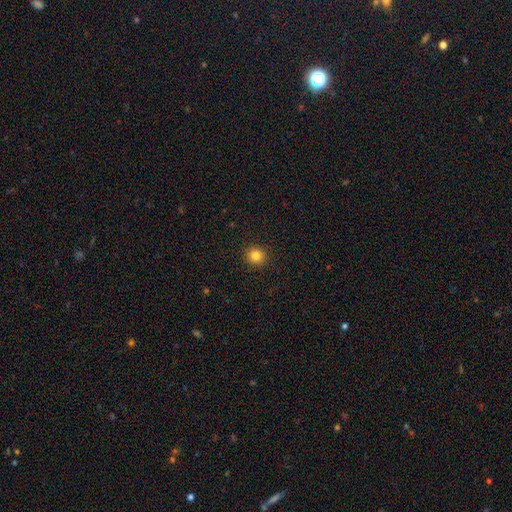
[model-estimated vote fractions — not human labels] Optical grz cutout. It shows a smooth galaxy with no disk features (83%) that is round (90%). Merging: none (92%).